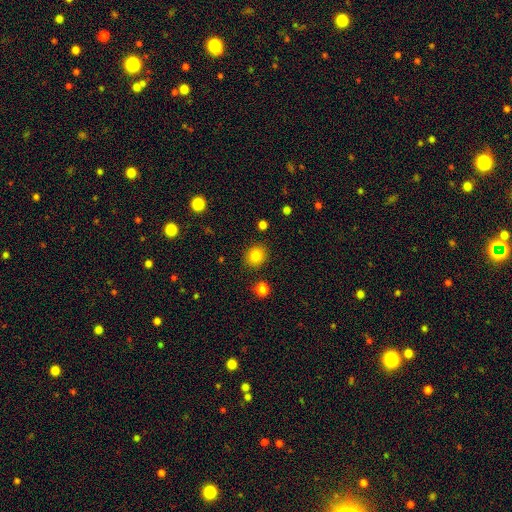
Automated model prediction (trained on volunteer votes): Smooth or featured?
  - smooth: 85% *
  - star or artifact: 10%
  - featured or disk: 5%
How rounded?
  - round: 78% *
  - in between: 22%
  - cigar-shaped: 1%
Merging?
  - none: 88% *
  - minor disturbance: 7%
  - major disturbance: 3%
  - merger: 3%